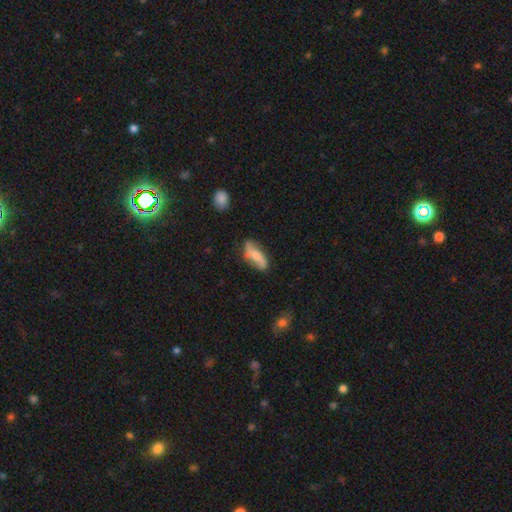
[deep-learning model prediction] Smooth or featured? featured or disk (47%)
Merging? none (68%)